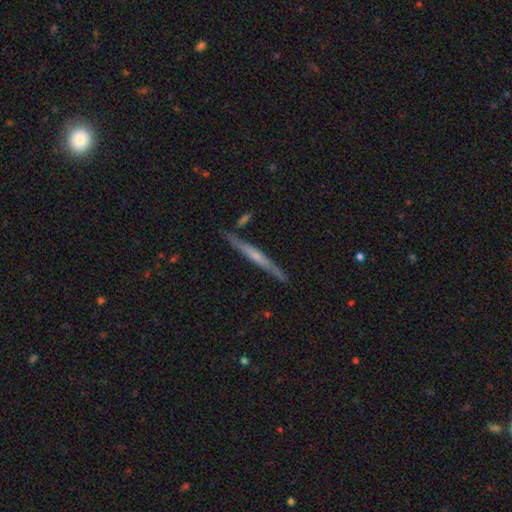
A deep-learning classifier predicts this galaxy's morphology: A featured or disk galaxy (65%) viewed edge-on (96%) with no central bulge (47%). Merging: none (85%).